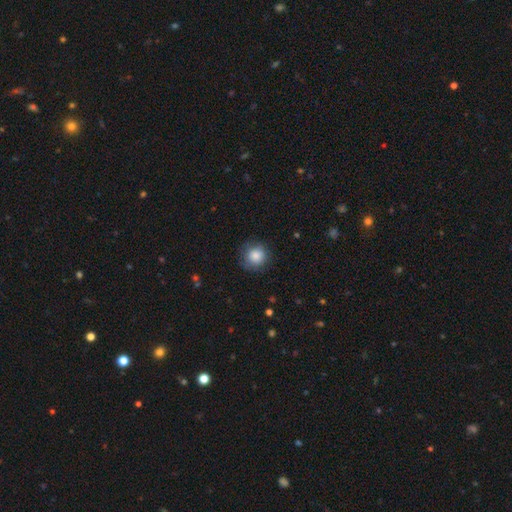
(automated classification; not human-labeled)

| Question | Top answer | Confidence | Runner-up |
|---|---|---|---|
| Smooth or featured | smooth | 85% | star or artifact (9%) |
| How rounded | round | 92% | in between (7%) |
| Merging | none | 81% | minor disturbance (14%) |